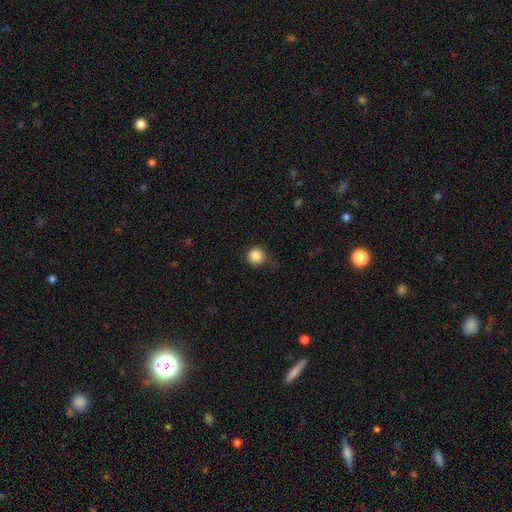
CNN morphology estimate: Overall: smooth (85%). How rounded: round (95%). Merging: none (79%).